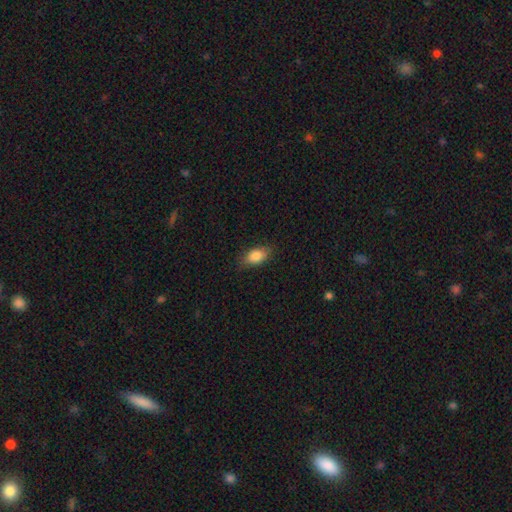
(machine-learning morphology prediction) smooth 84%, featured or disk 9%, star or artifact 7%. Down the decision tree: how rounded — in between (88%); merging — none (81%).